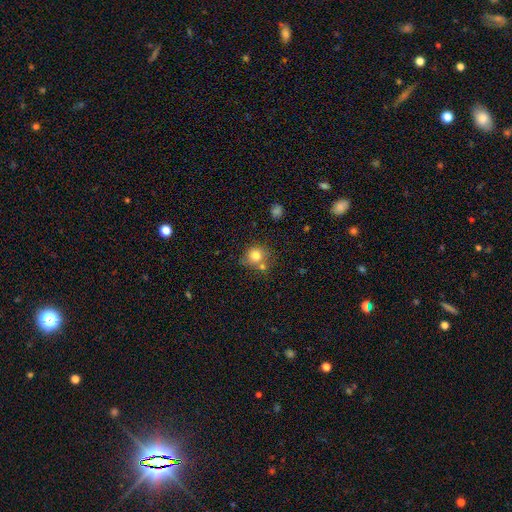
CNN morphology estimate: This is likely a smooth galaxy (79%). How rounded: clearly round (83%). Merging: possibly none (60%).